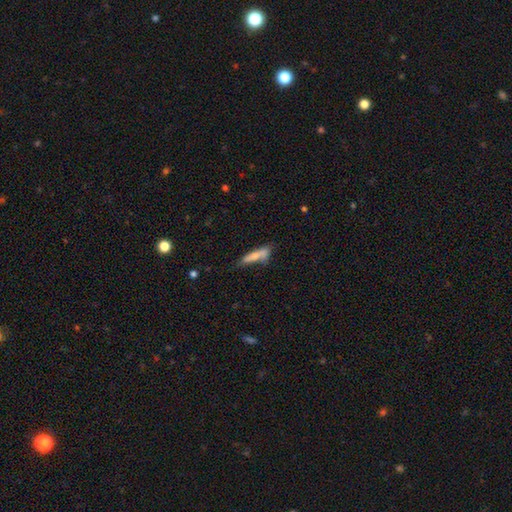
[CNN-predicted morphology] Q: Smooth or featured?
A: smooth (74%); runner-up: featured or disk (20%)
Q: How rounded?
A: cigar-shaped (80%); runner-up: in between (18%)
Q: Merging?
A: none (55%); runner-up: minor disturbance (25%)